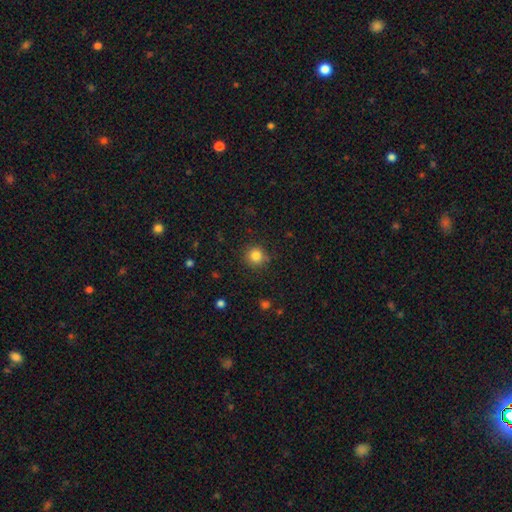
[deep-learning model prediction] smooth-or-featured: smooth: 83% | star or artifact: 12% | featured or disk: 5%
  how-rounded: round: 93% | in between: 6% | cigar-shaped: 1%
  merging: none: 86% | minor disturbance: 10% | major disturbance: 3% | merger: 1%